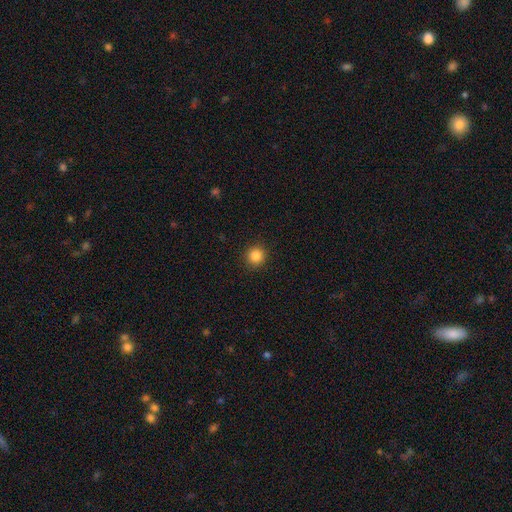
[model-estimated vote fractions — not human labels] Smooth or featured? Predicted: smooth (p=0.85). How rounded? Predicted: round (p=0.93). Merging? Predicted: none (p=0.92).